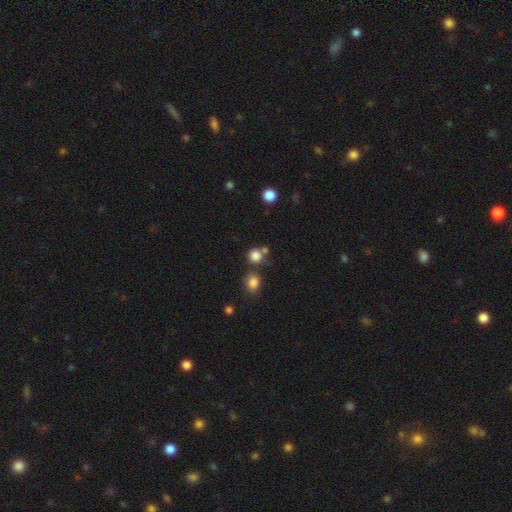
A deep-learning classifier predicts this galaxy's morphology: This appears to be a smooth galaxy with no disk features (81%) that is round (86%). Merging: none (64%).